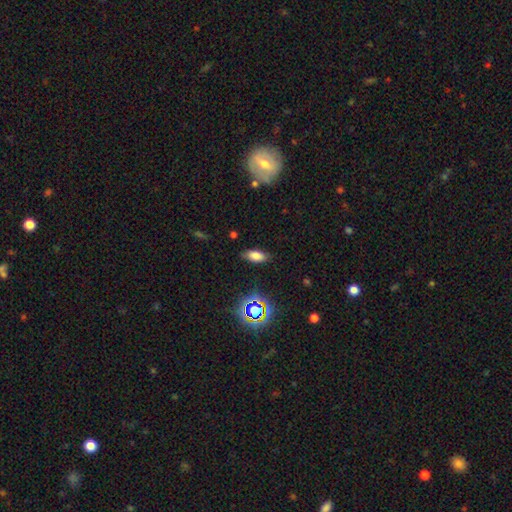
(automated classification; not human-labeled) Smooth or featured? Predicted: smooth (p=0.75). How rounded? Predicted: in between (p=0.84). Merging? Predicted: none (p=0.83).